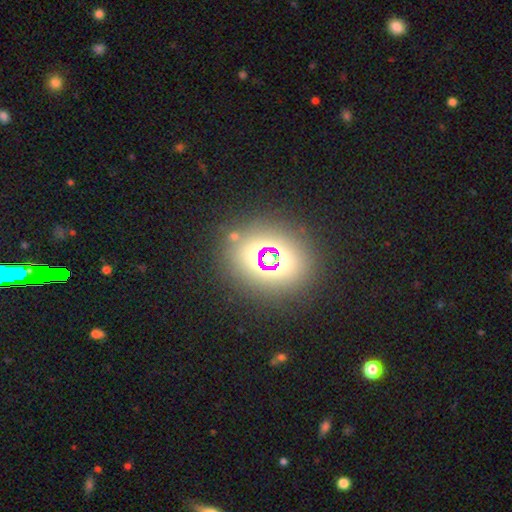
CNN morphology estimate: A star or artifact, not a galaxy (59%).